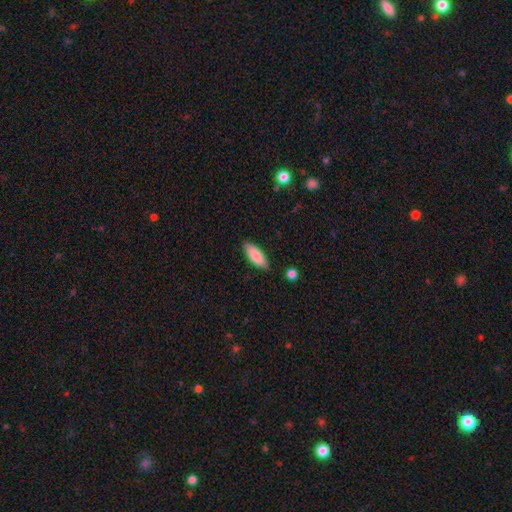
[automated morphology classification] This is clearly a smooth galaxy (86%). How rounded: likely in between (71%). Merging: clearly none (86%).